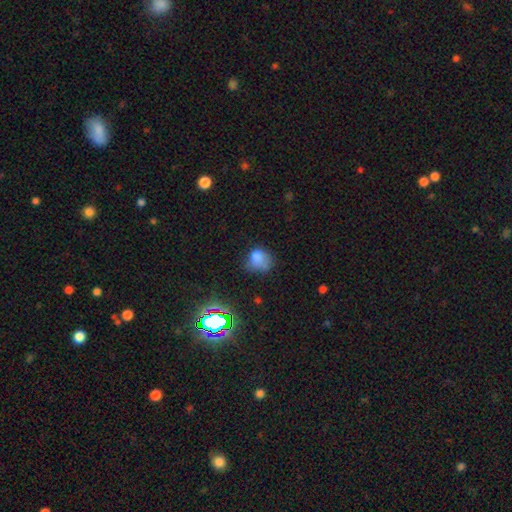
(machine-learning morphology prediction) Smooth or featured: smooth — 70% (star or artifact — 17%)
How rounded: round — 56% (in between — 43%)
Merging: none — 37% (minor disturbance — 33%)